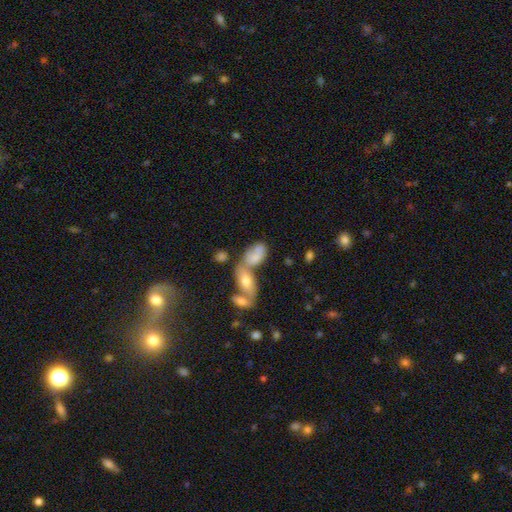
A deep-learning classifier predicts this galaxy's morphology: smooth_or_featured: smooth (p=0.71) [alt: featured or disk p=0.21]
how_rounded: in between (p=0.89) [alt: round p=0.06]
merging: merger (p=0.55) [alt: none p=0.24]